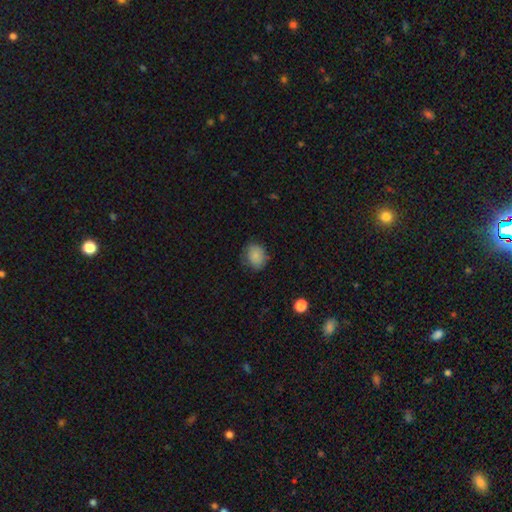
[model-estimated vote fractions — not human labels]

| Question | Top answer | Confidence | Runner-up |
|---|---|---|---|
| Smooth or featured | smooth | 83% | star or artifact (9%) |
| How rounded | round | 60% | in between (39%) |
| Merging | none | 72% | minor disturbance (21%) |